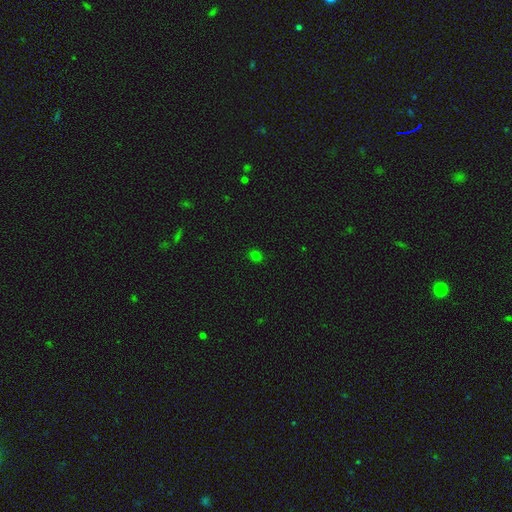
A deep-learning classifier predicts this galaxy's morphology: smooth 76%, star or artifact 20%, featured or disk 4%. Down the decision tree: how rounded — round (76%); merging — none (90%).